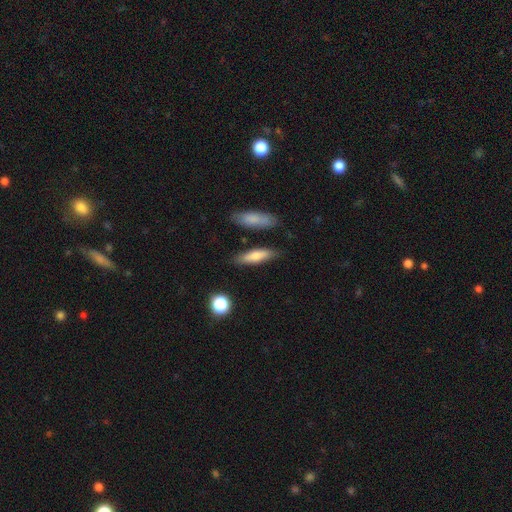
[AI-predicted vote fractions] The model was most divided on "how rounded": cigar-shaped: 62%, in between: 36%, round: 3%. More confident: merging — none (81%); smooth or featured — smooth (70%).